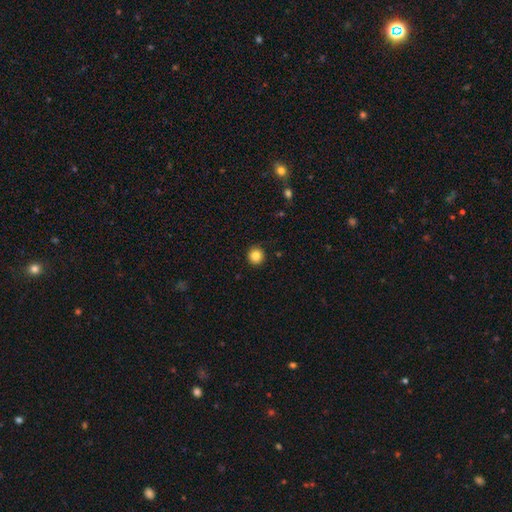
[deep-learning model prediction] Smooth or featured: smooth — 84% (star or artifact — 10%)
How rounded: round — 94% (in between — 5%)
Merging: none — 90% (minor disturbance — 7%)